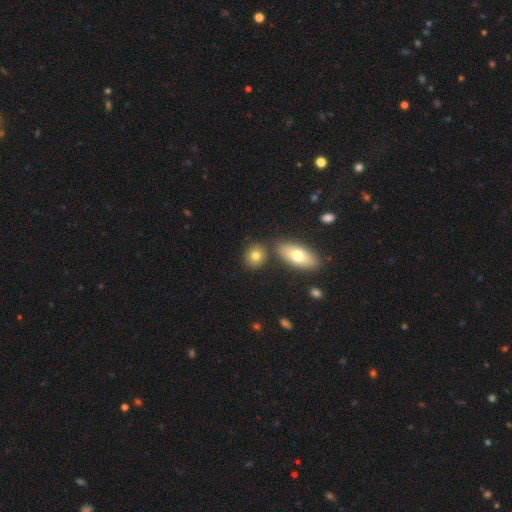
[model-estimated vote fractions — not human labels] Smooth or featured? Predicted: smooth (p=0.79). How rounded? Predicted: round (p=0.58). Merging? Predicted: none (p=0.73).